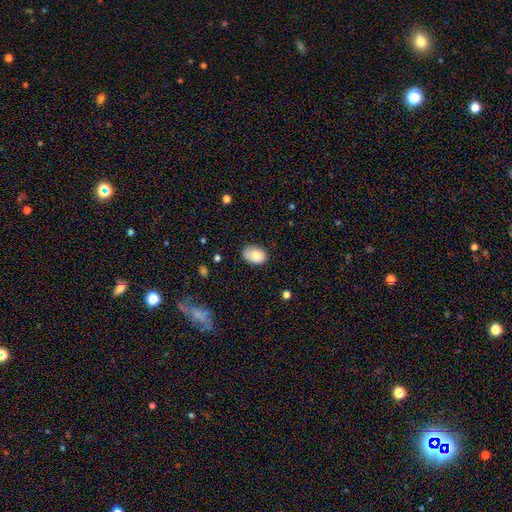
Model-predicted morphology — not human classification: A smooth galaxy with no disk features (83%) that is in between round and cigar-shaped (82%). Merging: none (77%).